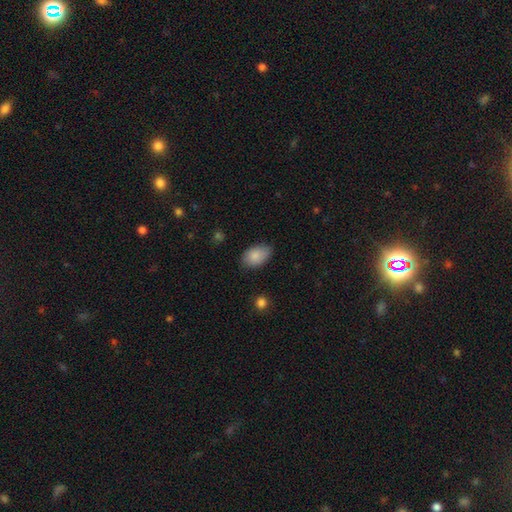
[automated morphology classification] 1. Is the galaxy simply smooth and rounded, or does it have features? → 86% smooth, 7% featured or disk, 7% star or artifact.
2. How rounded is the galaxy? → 90% in between, 9% round, 1% cigar-shaped.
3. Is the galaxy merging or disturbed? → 75% none, 20% minor disturbance, 3% major disturbance, 1% merger.